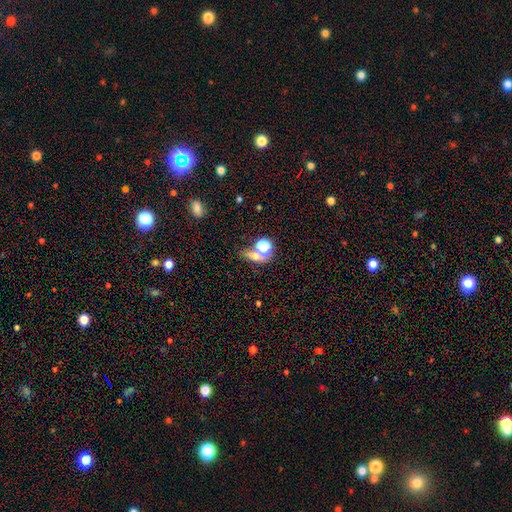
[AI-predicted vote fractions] smooth-or-featured: smooth: 55% | star or artifact: 32% | featured or disk: 13%
  how-rounded: round: 49% | in between: 41% | cigar-shaped: 10%
  merging: none: 49% | merger: 31% | minor disturbance: 11% | major disturbance: 9%